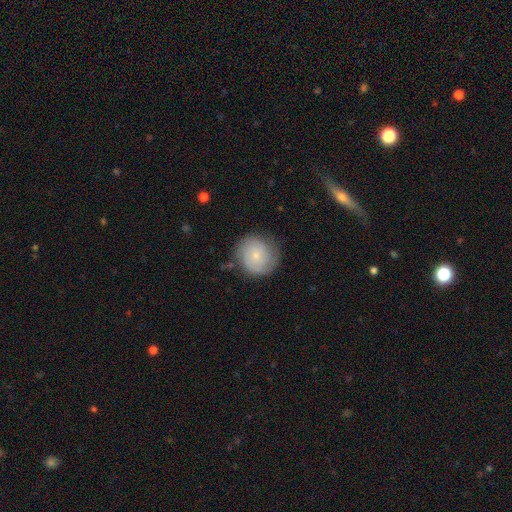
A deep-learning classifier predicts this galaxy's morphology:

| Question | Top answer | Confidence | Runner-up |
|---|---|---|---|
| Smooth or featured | featured or disk | 48% | smooth (45%) |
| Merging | none | 76% | minor disturbance (17%) |